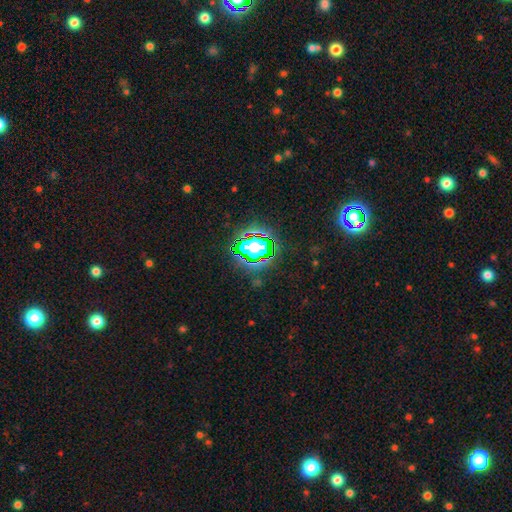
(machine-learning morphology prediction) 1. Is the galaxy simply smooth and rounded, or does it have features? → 72% star or artifact, 17% smooth, 11% featured or disk.